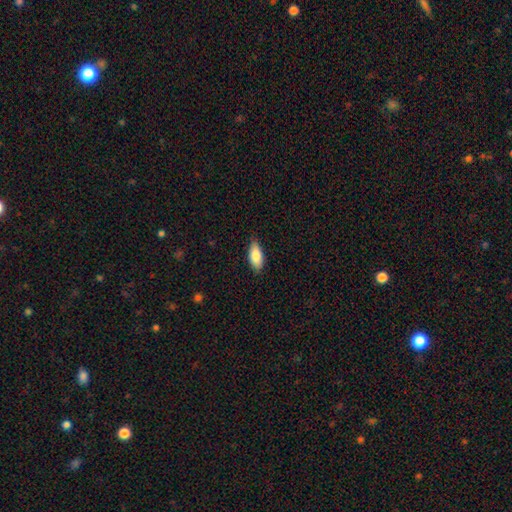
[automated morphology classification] Smooth or featured?
  - smooth: 83% *
  - featured or disk: 10%
  - star or artifact: 7%
How rounded?
  - in between: 87% *
  - cigar-shaped: 10%
  - round: 2%
Merging?
  - none: 82% *
  - minor disturbance: 15%
  - major disturbance: 2%
  - merger: 1%